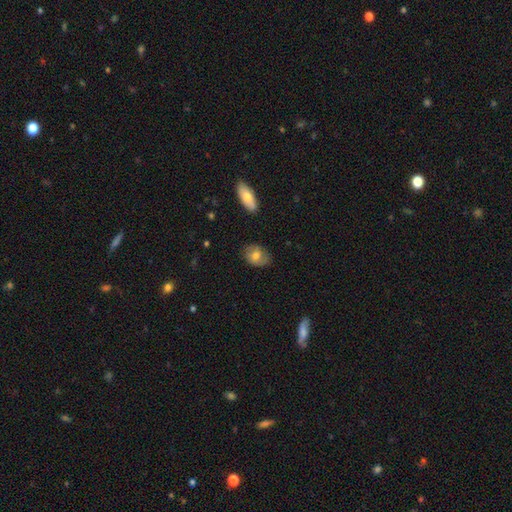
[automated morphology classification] The model was most divided on "how rounded": in between: 67%, round: 31%, cigar-shaped: 2%. More confident: merging — none (76%); smooth or featured — smooth (65%).